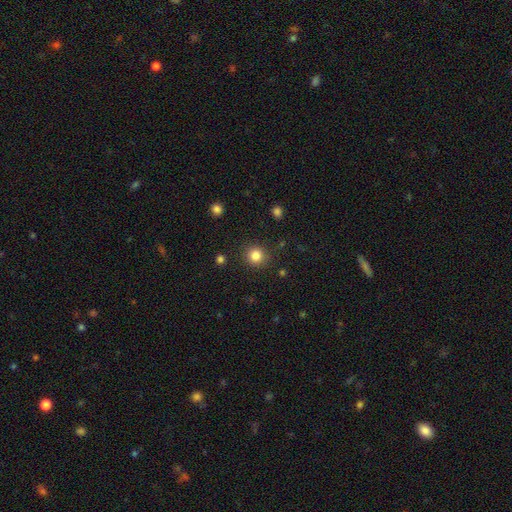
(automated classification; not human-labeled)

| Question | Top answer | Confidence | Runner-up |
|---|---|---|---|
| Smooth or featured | smooth | 84% | star or artifact (12%) |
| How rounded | round | 91% | in between (8%) |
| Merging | none | 89% | minor disturbance (7%) |